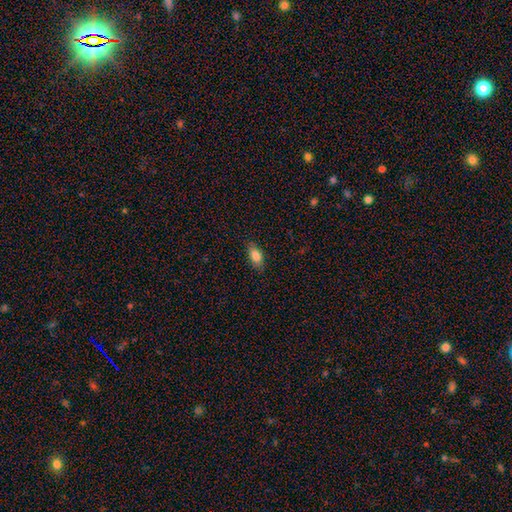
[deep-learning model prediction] Overall: smooth (84%). How rounded: in between (88%). Merging: none (86%).